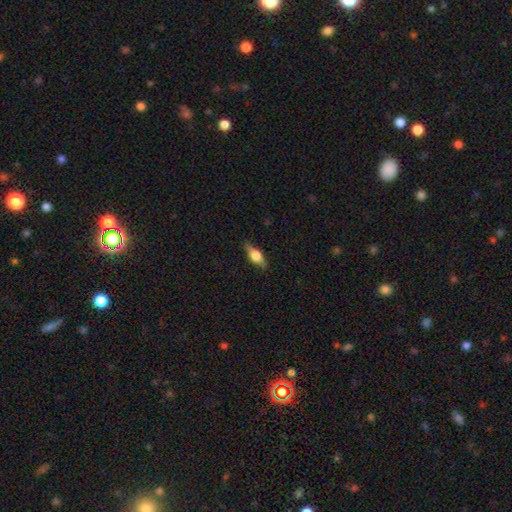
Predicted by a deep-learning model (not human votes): The model was most divided on "smooth or featured": smooth: 48%, featured or disk: 45%, star or artifact: 7%. More confident: merging — none (85%).